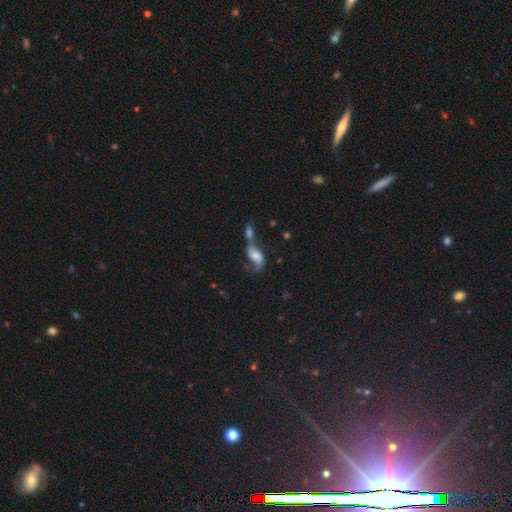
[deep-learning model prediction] featured or disk 54%, smooth 36%, star or artifact 11%. Down the decision tree: edge-on disk — no (93%); bar — no (56%); spiral arms — yes (81%); bulge size — none (26%); merging — merger (59%).